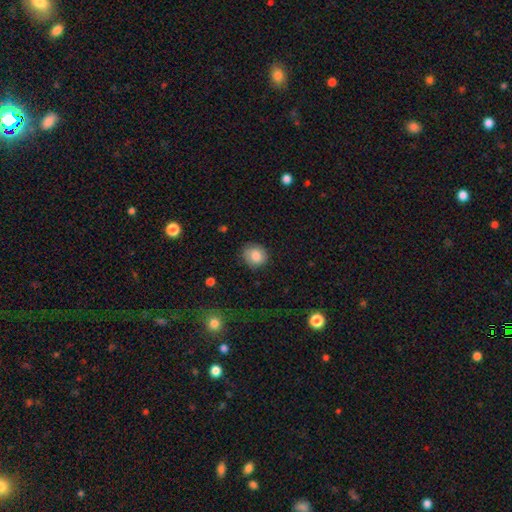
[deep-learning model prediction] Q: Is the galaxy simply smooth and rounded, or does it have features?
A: smooth — 80%.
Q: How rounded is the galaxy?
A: round — 78%.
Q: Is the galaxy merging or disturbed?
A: none — 80%.